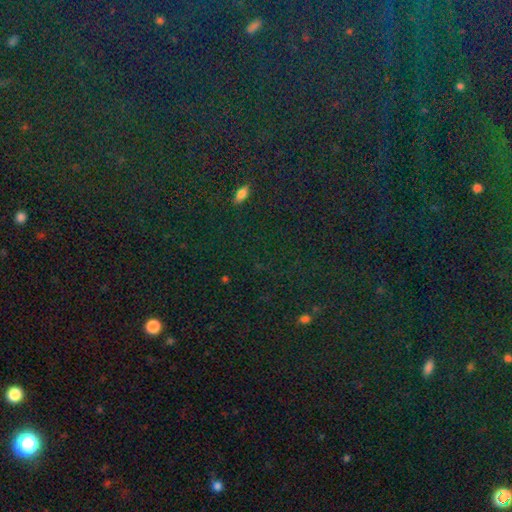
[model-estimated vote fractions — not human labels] Smooth or featured?
  - star or artifact: 80% *
  - smooth: 12%
  - featured or disk: 8%